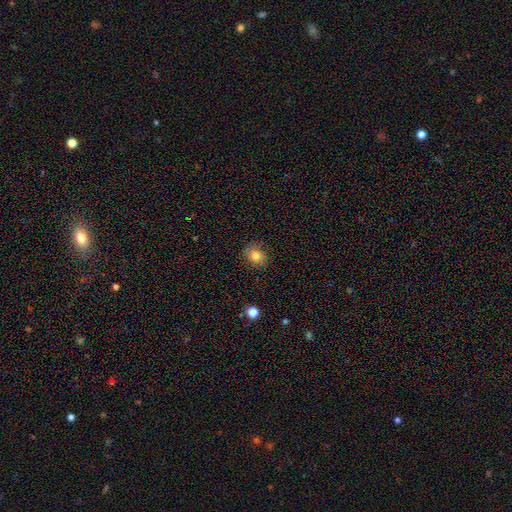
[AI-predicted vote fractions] A smooth galaxy with no disk features (80%) that is round (61%). Merging: none (81%).